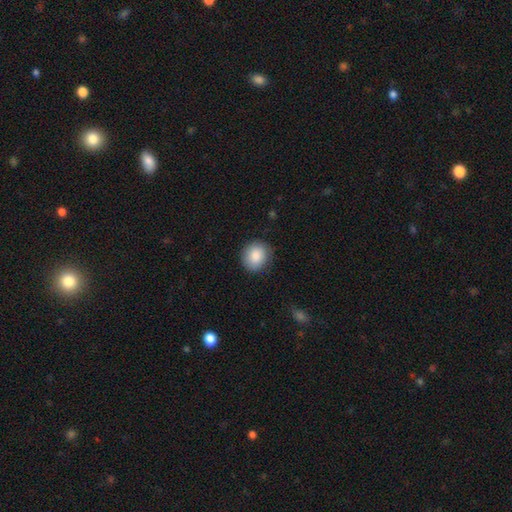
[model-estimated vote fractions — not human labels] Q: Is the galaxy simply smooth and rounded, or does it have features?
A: smooth — 87%.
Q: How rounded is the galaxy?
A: round — 81%.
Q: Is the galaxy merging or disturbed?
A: none — 86%.